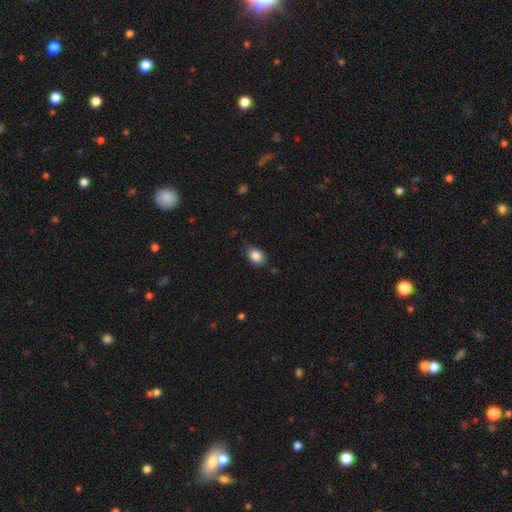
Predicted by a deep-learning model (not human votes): The model was most divided on "how rounded": in between: 71%, round: 28%, cigar-shaped: 1%. More confident: smooth or featured — smooth (86%); merging — none (74%).